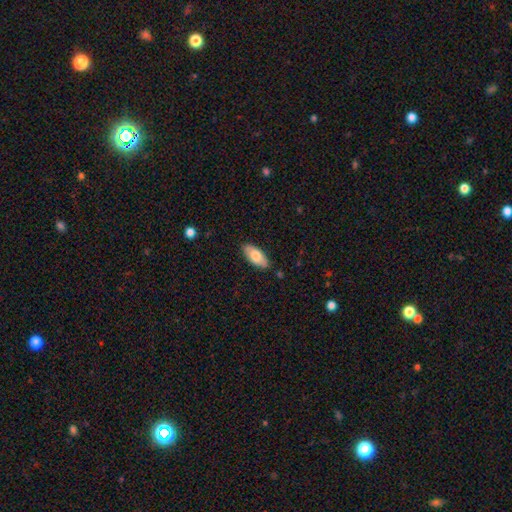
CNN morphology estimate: Smooth or featured: smooth — 76% (featured or disk — 18%)
How rounded: in between — 88% (cigar-shaped — 10%)
Merging: none — 86% (minor disturbance — 11%)